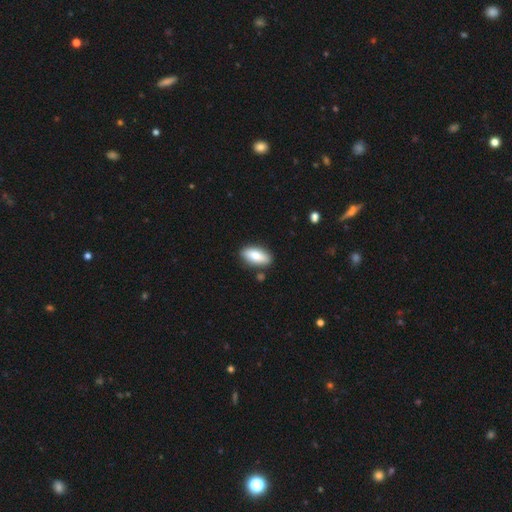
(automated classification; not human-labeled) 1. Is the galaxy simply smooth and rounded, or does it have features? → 82% smooth, 12% featured or disk, 6% star or artifact.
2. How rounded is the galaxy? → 85% in between, 13% cigar-shaped, 2% round.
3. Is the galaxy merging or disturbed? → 84% none, 11% minor disturbance, 3% merger, 2% major disturbance.